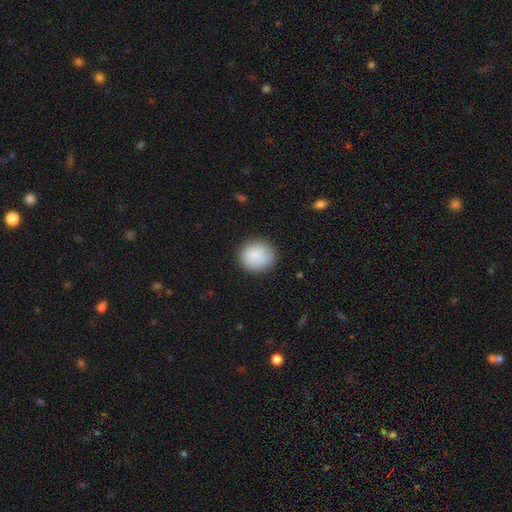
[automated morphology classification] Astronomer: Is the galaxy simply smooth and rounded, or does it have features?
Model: smooth — 88%.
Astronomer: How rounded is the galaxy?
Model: round — 87%.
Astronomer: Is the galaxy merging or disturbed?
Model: none — 85%.